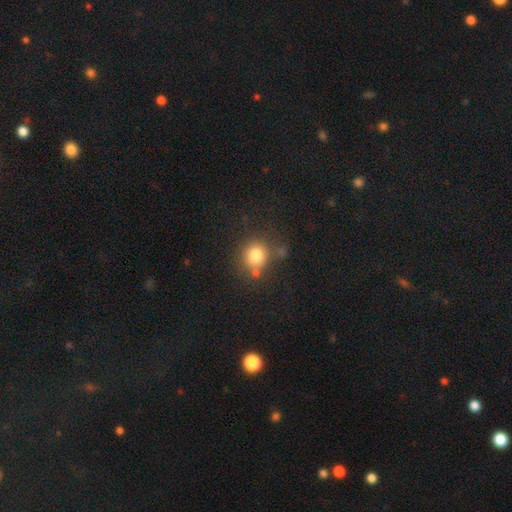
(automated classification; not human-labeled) Overall: smooth (79%). How rounded: round (84%). Merging: none (64%).